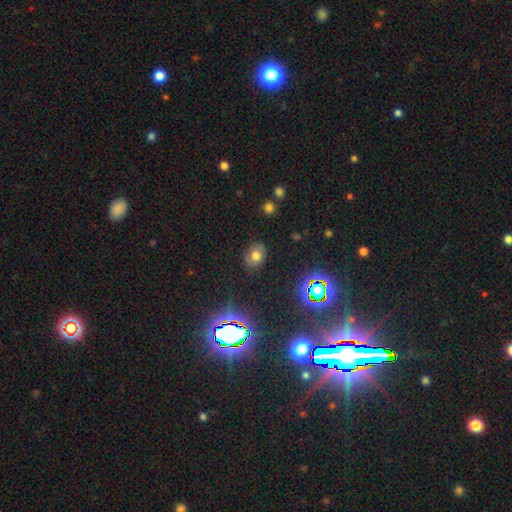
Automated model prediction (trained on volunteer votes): A smooth galaxy with no disk features (67%) that is in between round and cigar-shaped (64%).

Vote fractions:
- Smooth or featured? smooth: 67% / star or artifact: 21% / featured or disk: 12%
- How rounded? in between: 64% / round: 35% / cigar-shaped: 1%
- Merging? none: 84% / minor disturbance: 11% / major disturbance: 3% / merger: 2%